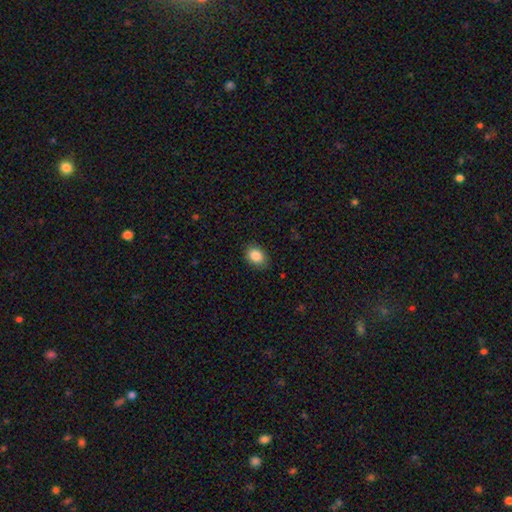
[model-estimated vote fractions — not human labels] A smooth galaxy with no disk features (87%) that is in between round and cigar-shaped (69%).

Vote fractions:
- Smooth or featured? smooth: 87% / star or artifact: 8% / featured or disk: 4%
- How rounded? in between: 69% / round: 30% / cigar-shaped: 1%
- Merging? none: 84% / minor disturbance: 13% / major disturbance: 3% / merger: 1%